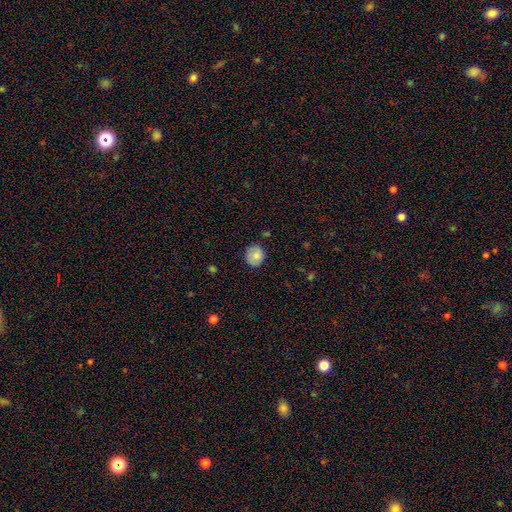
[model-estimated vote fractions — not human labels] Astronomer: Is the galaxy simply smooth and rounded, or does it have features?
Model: smooth — 81%.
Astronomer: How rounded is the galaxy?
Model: round — 79%.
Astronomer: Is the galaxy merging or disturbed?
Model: none — 79%.